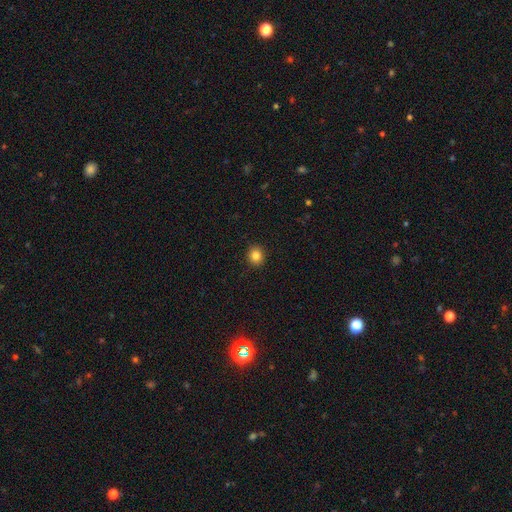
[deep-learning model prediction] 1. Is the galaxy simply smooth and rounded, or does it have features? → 84% smooth, 11% star or artifact, 5% featured or disk.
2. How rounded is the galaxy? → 84% round, 16% in between, 1% cigar-shaped.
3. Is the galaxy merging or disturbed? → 92% none, 6% minor disturbance, 2% major disturbance, 1% merger.